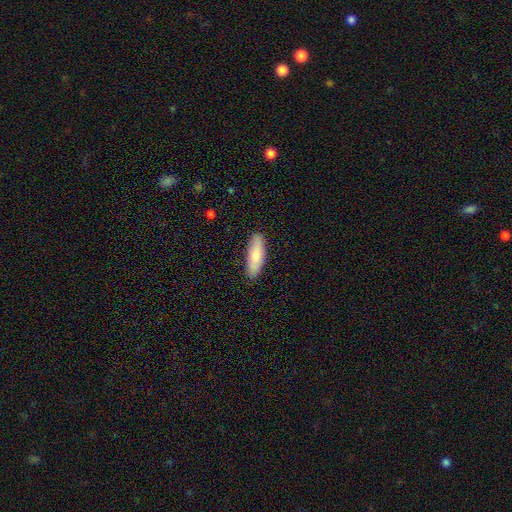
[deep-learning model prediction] Smooth or featured: smooth — 75% (featured or disk — 19%)
How rounded: in between — 62% (cigar-shaped — 36%)
Merging: none — 87% (minor disturbance — 10%)